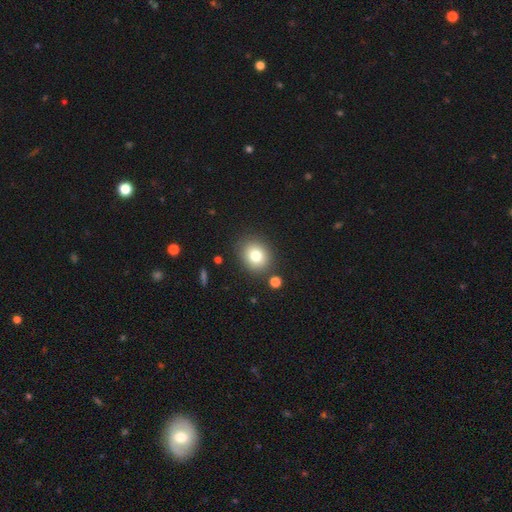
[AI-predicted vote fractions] smooth-or-featured: smooth: 78% | star or artifact: 12% | featured or disk: 10%
  how-rounded: round: 69% | in between: 30% | cigar-shaped: 1%
  merging: none: 85% | minor disturbance: 9% | merger: 4% | major disturbance: 3%